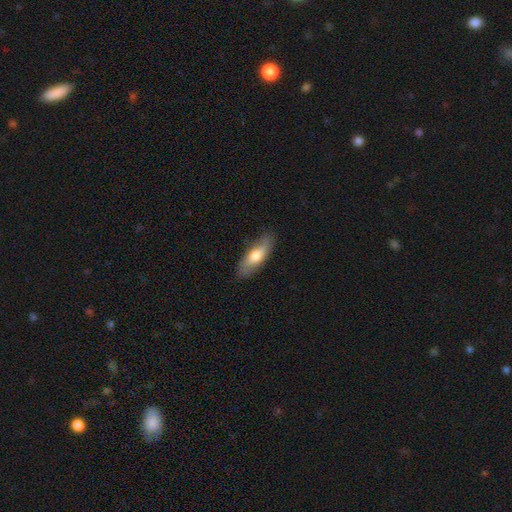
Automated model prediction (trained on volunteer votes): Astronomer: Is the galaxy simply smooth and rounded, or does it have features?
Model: smooth — 66%.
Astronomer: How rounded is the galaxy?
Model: in between — 63%.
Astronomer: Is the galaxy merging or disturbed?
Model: none — 84%.